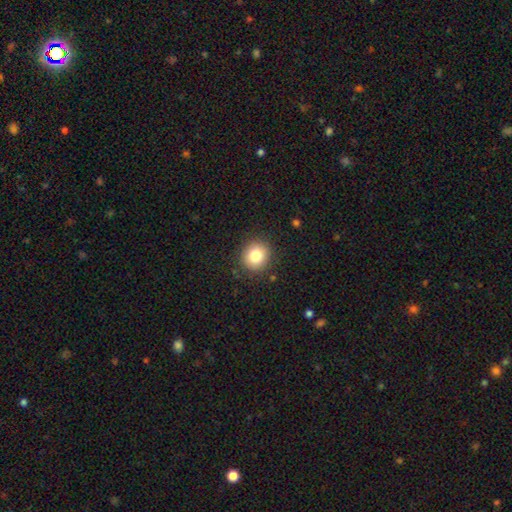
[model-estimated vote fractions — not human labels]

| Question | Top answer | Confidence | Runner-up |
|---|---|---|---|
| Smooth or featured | smooth | 82% | star or artifact (10%) |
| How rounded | round | 84% | in between (15%) |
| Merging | none | 89% | minor disturbance (7%) |